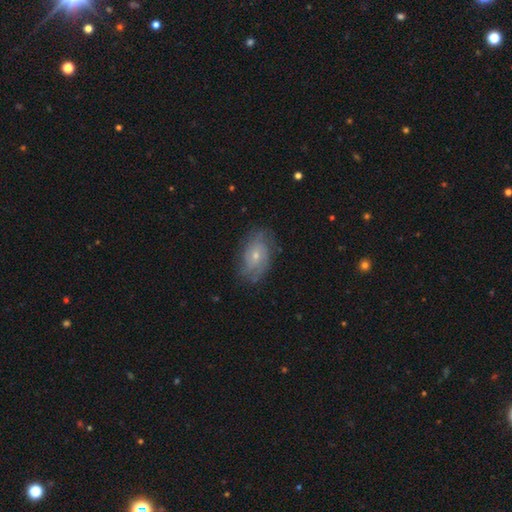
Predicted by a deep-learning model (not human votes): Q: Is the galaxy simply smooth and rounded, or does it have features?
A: featured or disk — 67%.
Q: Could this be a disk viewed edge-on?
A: no — 95%.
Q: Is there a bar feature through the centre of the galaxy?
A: no — 75%.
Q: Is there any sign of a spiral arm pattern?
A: yes — 86%.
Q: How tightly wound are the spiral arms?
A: tight — 49%.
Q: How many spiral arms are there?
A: can't tell — 43%.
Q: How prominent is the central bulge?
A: small — 60%.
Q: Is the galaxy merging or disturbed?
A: none — 73%.